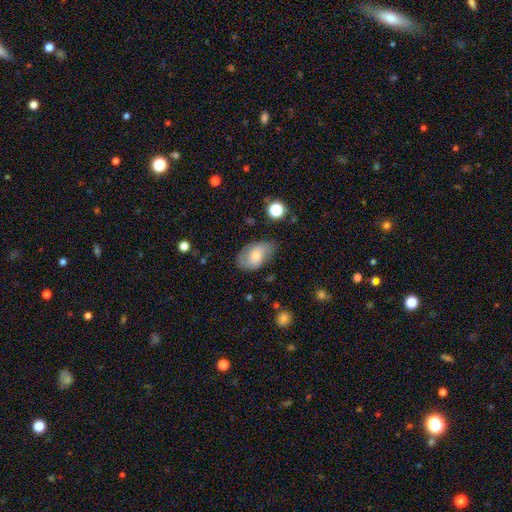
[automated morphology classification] Smooth or featured? Predicted: smooth (p=0.63). How rounded? Predicted: in between (p=0.90). Merging? Predicted: none (p=0.63).